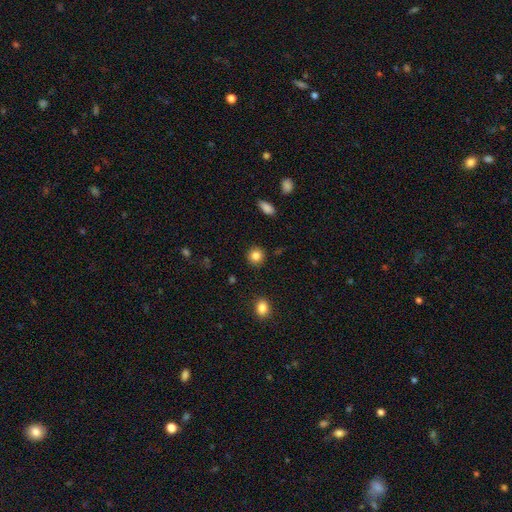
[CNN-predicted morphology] The model was most divided on "smooth or featured": smooth: 85%, star or artifact: 10%, featured or disk: 5%. More confident: merging — none (90%); how rounded — round (89%).